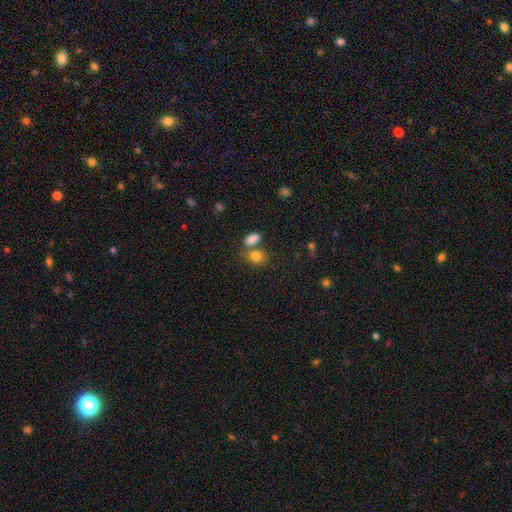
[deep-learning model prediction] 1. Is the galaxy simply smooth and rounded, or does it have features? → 82% smooth, 11% star or artifact, 7% featured or disk.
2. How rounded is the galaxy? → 60% in between, 38% round, 2% cigar-shaped.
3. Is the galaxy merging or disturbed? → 53% none, 32% merger, 11% minor disturbance, 4% major disturbance.